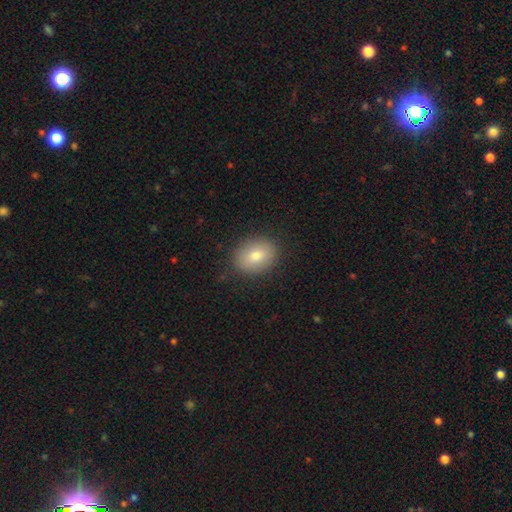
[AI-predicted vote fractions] Smooth or featured? Predicted: smooth (p=0.79). How rounded? Predicted: in between (p=0.53). Merging? Predicted: none (p=0.87).